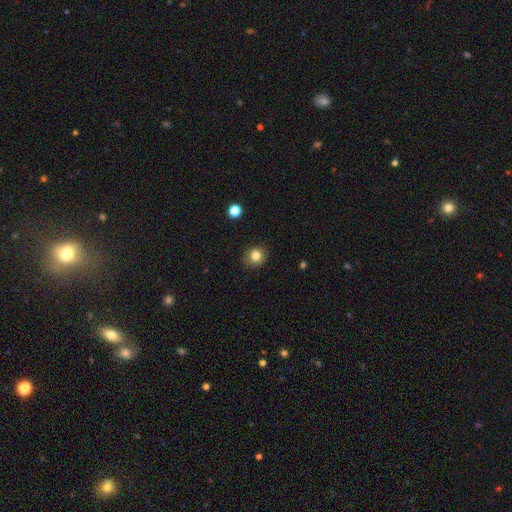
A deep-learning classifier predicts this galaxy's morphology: smooth_or_featured: smooth (p=0.81) [alt: star or artifact p=0.11]
how_rounded: round (p=0.82) [alt: in between p=0.17]
merging: none (p=0.88) [alt: minor disturbance p=0.09]